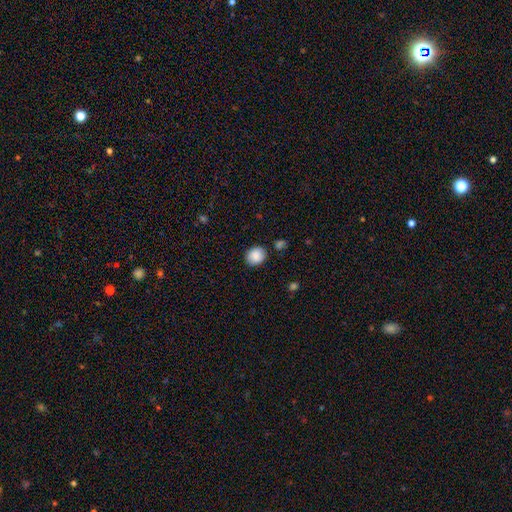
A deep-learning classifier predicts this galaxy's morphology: type=smooth (88%); roundness=round (68%); merging=none (85%).